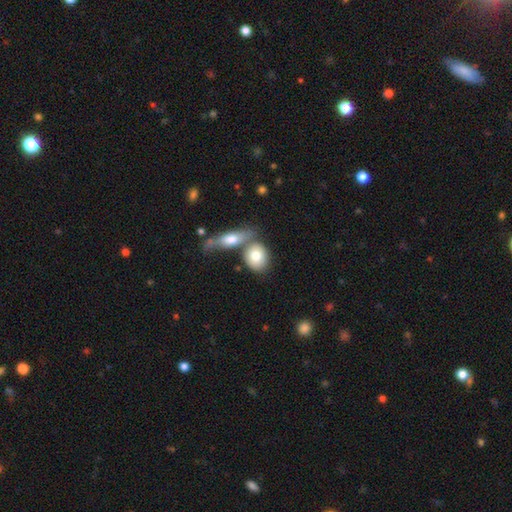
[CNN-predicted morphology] Q: Smooth or featured?
A: smooth (76%); runner-up: featured or disk (19%)
Q: How rounded?
A: in between (54%); runner-up: round (42%)
Q: Merging?
A: none (47%); runner-up: merger (38%)